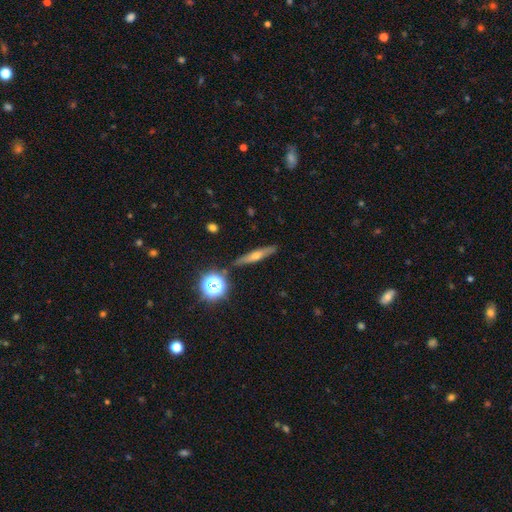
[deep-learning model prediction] Morphology: type=featured or disk (52%); edge-on=yes (91%); merging=none (87%).